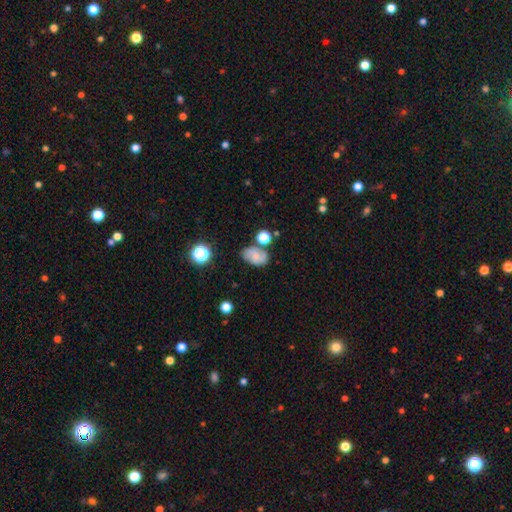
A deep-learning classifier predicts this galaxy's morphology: smooth_or_featured: smooth (p=0.51) [alt: featured or disk p=0.36]
how_rounded: in between (p=0.80) [alt: round p=0.18]
merging: none (p=0.61) [alt: minor disturbance p=0.21]